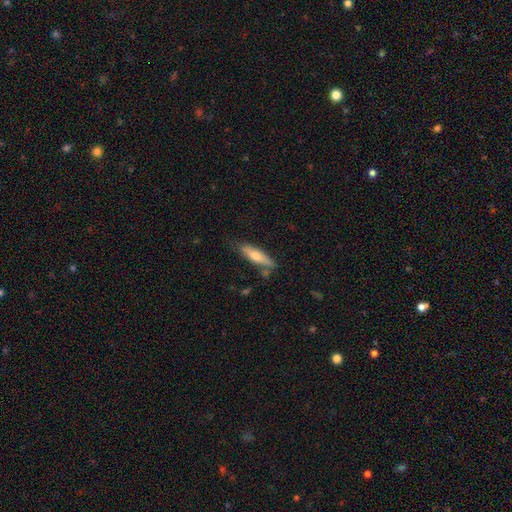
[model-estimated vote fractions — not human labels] Overall: smooth (60%; featured or disk 34%). How rounded: cigar-shaped (75%). Merging: none (70%).